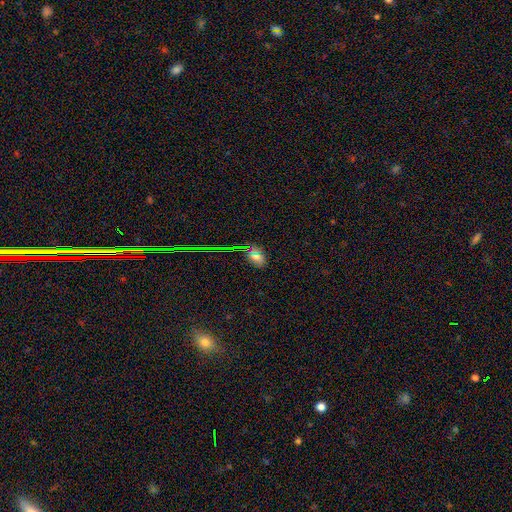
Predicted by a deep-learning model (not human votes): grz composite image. It shows a smooth galaxy with no disk features (58%) that is in between round and cigar-shaped (70%). Merging: none (81%).